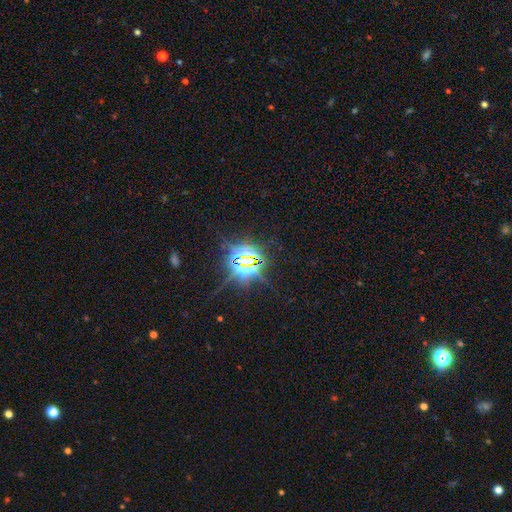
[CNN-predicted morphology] This appears to be a star or artifact, not a galaxy (85%).